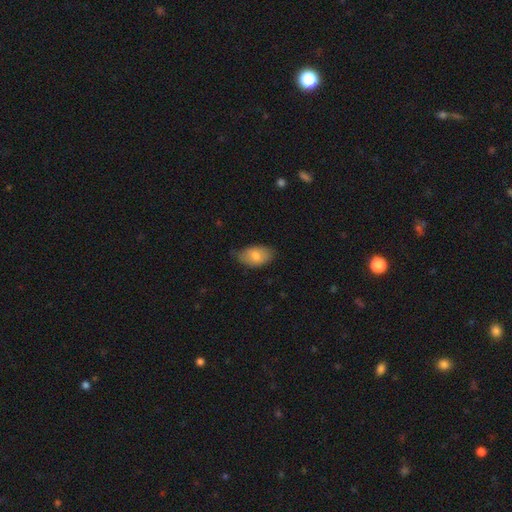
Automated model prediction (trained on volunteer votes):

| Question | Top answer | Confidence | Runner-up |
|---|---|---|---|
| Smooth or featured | smooth | 79% | featured or disk (15%) |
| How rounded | in between | 92% | round (6%) |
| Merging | none | 73% | minor disturbance (23%) |